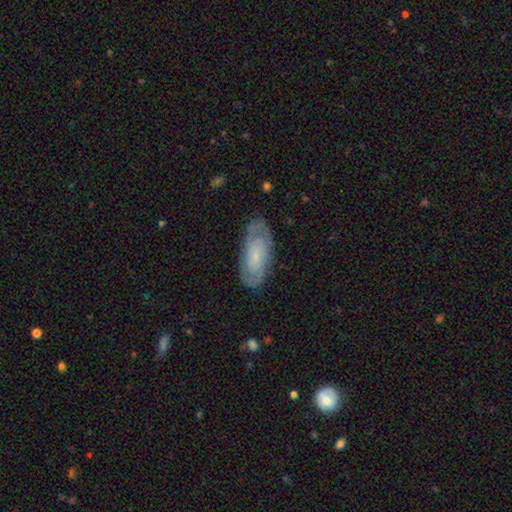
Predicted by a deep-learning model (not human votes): This appears to be a featured or disk galaxy (61%) with no bar (68%), spiral arms (85%) and a small central bulge (69%). Merging: none (77%).